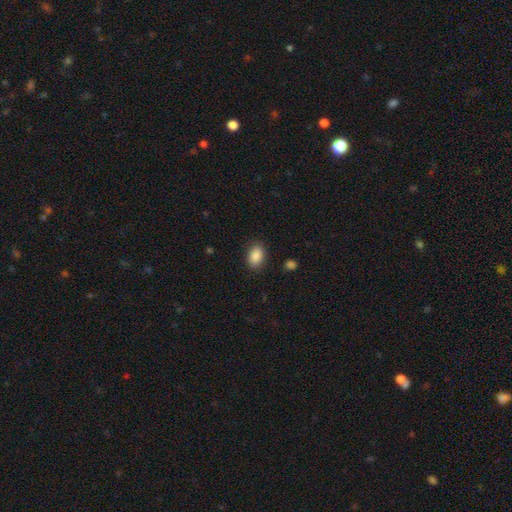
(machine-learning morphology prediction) Smooth or featured: smooth — 89% (star or artifact — 8%)
How rounded: in between — 84% (round — 15%)
Merging: none — 87% (minor disturbance — 9%)